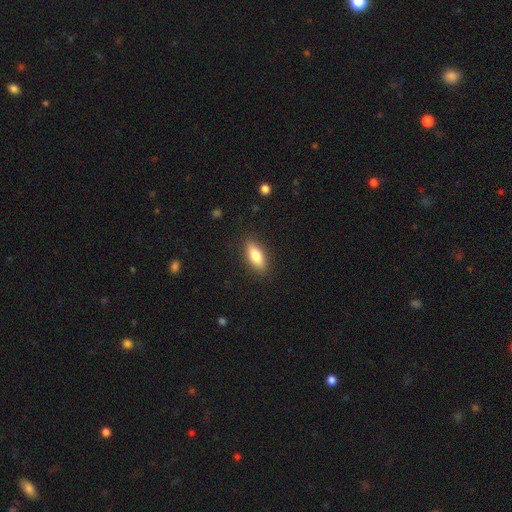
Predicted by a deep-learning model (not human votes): A smooth galaxy with no disk features (74%) that is in between round and cigar-shaped (71%). Merging: none (88%).